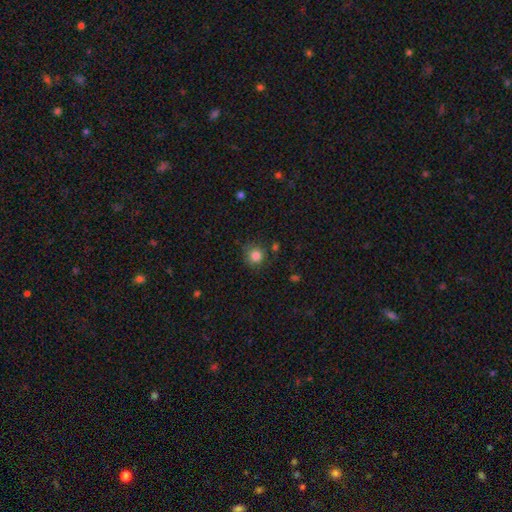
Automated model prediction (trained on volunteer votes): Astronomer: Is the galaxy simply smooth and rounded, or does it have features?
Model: smooth — 84%.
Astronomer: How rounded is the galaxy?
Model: round — 92%.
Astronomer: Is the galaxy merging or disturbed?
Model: none — 79%.